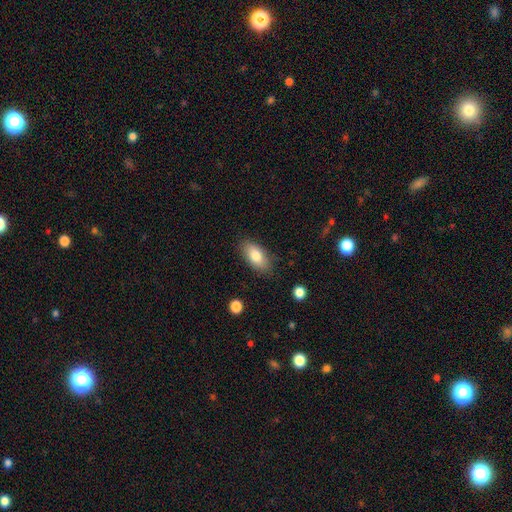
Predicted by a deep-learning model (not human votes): A smooth galaxy with no disk features (80%) that is in between round and cigar-shaped (90%).

Vote fractions:
- Smooth or featured? smooth: 80% / featured or disk: 13% / star or artifact: 7%
- How rounded? in between: 90% / cigar-shaped: 7% / round: 4%
- Merging? none: 83% / minor disturbance: 13% / major disturbance: 3% / merger: 1%